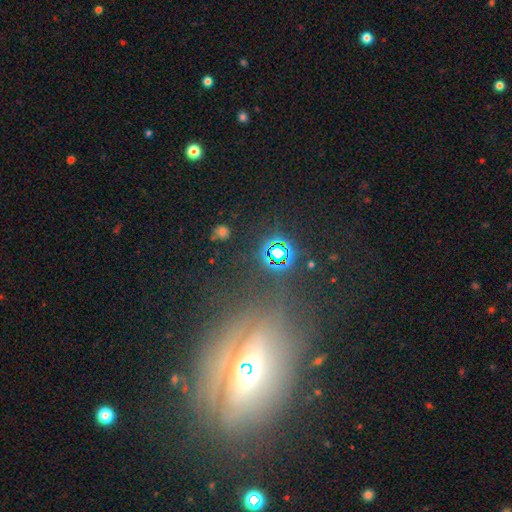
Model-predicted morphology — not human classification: Smooth or featured? featured or disk (49%)
Merging? none (73%)